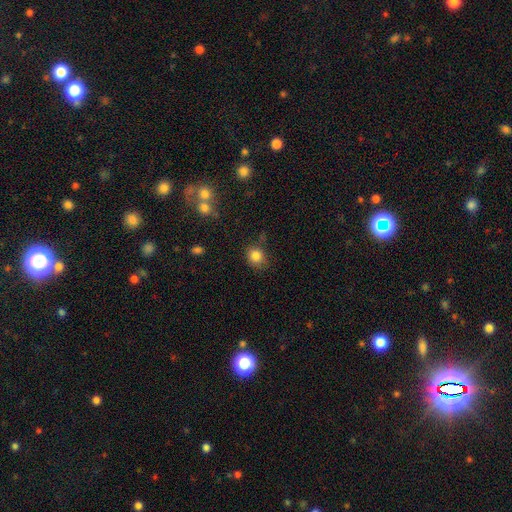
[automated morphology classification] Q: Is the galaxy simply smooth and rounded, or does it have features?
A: smooth — 84%.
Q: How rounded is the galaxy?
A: round — 79%.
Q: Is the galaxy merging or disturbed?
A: none — 74%.